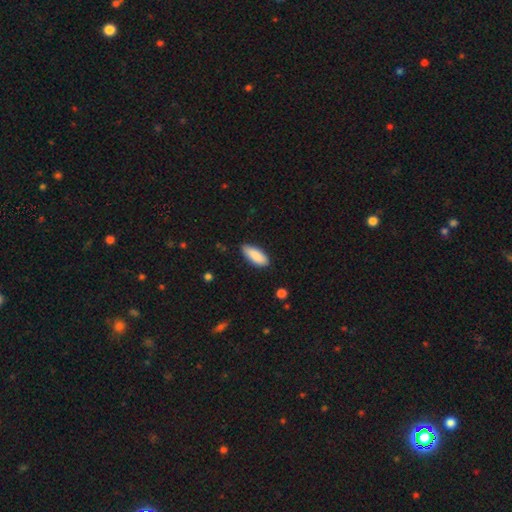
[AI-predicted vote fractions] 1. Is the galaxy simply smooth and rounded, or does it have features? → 89% smooth, 6% star or artifact, 6% featured or disk.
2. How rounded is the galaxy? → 80% in between, 19% cigar-shaped, 2% round.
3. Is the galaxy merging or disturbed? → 81% none, 16% minor disturbance, 2% major disturbance, 1% merger.